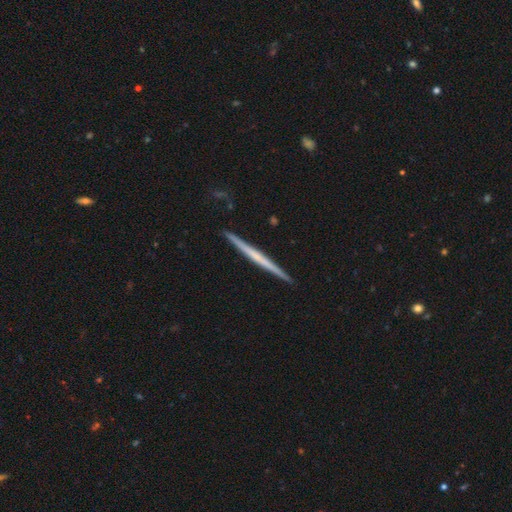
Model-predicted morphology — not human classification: Smooth or featured? featured or disk (63%)
Edge-on disk? yes (98%)
Edge-on bulge? none (78%)
Merging? none (92%)